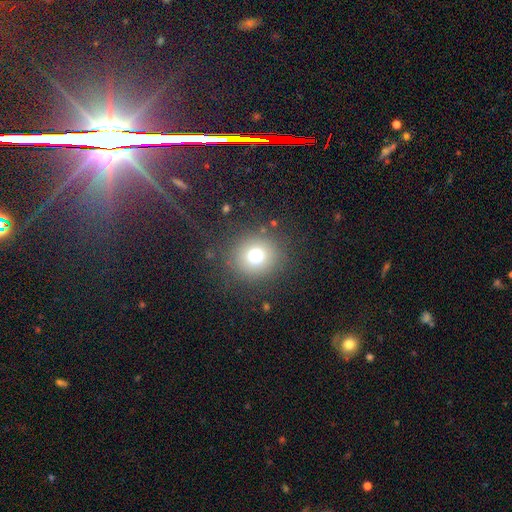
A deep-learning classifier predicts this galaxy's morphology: Smooth or featured? Predicted: smooth (p=0.75). How rounded? Predicted: round (p=0.87). Merging? Predicted: none (p=0.84).